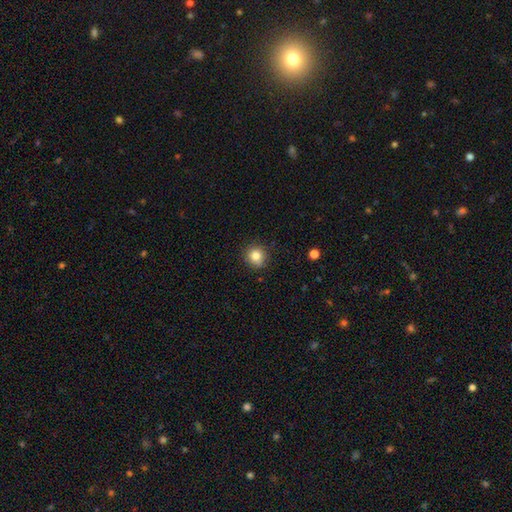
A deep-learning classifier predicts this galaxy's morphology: type=smooth (81%); roundness=round (90%); merging=none (85%).